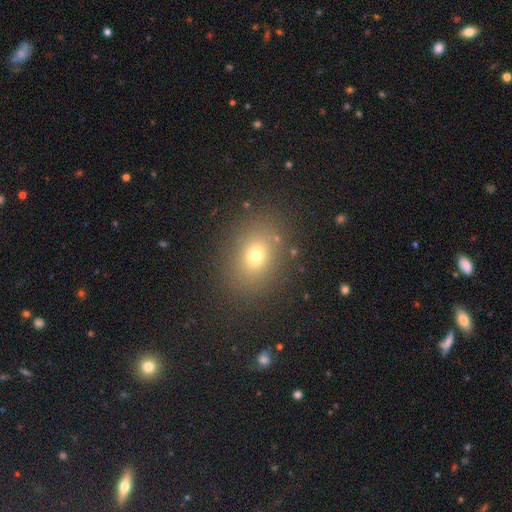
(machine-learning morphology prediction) type=smooth (71%); roundness=in between (59%); merging=none (84%).